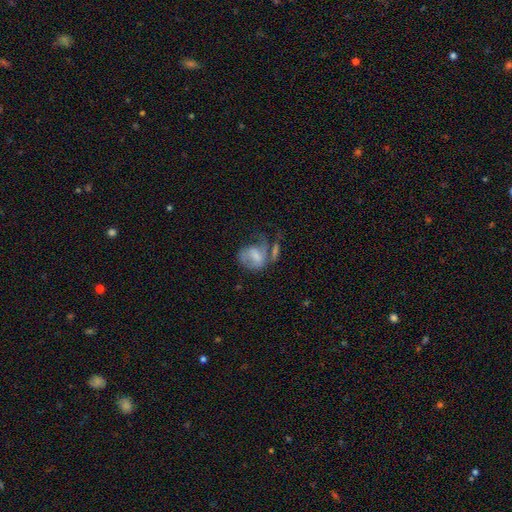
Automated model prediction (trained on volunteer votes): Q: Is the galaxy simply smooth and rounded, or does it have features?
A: smooth — 47%.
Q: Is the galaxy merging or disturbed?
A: major disturbance — 36%.